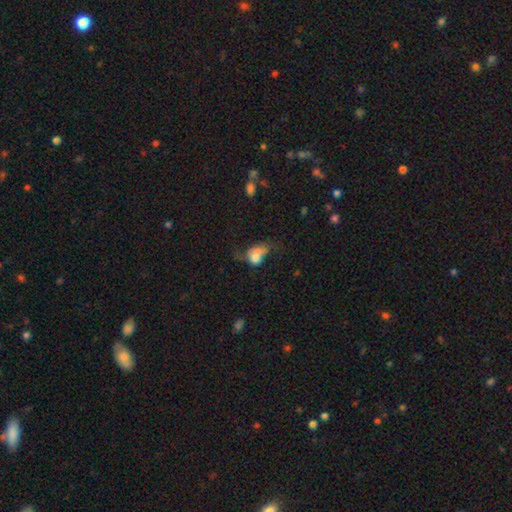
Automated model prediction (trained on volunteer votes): smooth 61%, featured or disk 28%, star or artifact 11%. Down the decision tree: how rounded — in between (66%); merging — major disturbance (38%).